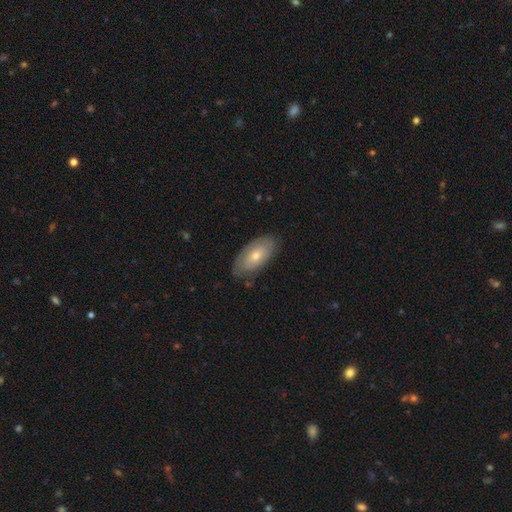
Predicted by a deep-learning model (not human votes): Morphology: type=smooth (61%); roundness=in between (92%); merging=none (76%).